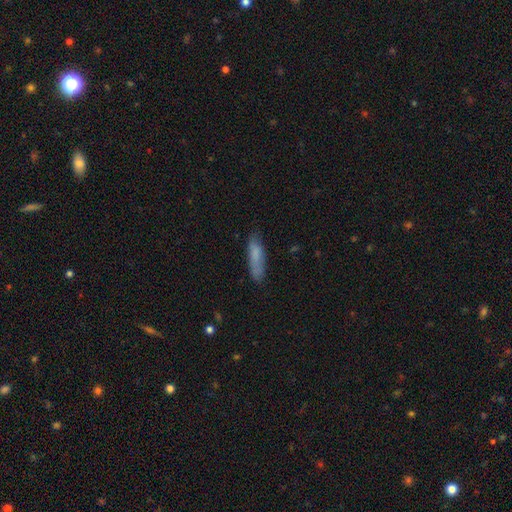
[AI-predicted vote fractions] smooth-or-featured: smooth: 75% | featured or disk: 18% | star or artifact: 7%
  how-rounded: cigar-shaped: 65% | in between: 33% | round: 2%
  merging: none: 72% | minor disturbance: 21% | major disturbance: 5% | merger: 2%